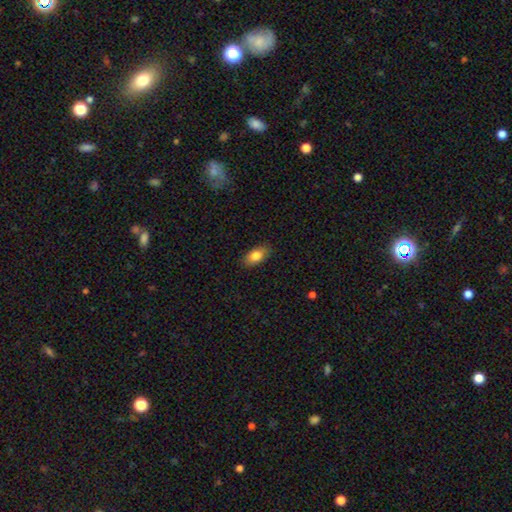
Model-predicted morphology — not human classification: A smooth galaxy with no disk features (83%) that is in between round and cigar-shaped (91%). Merging: none (88%).